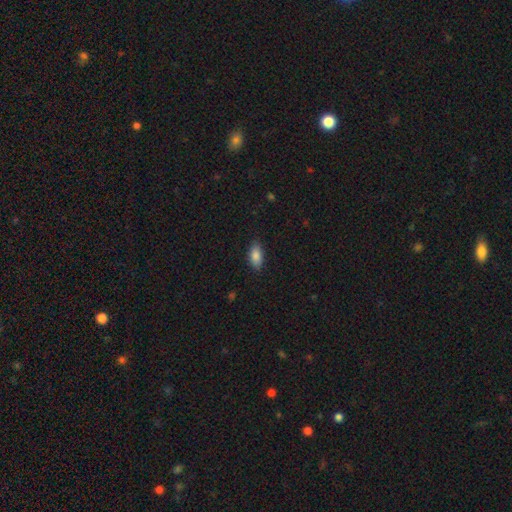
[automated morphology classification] Smooth or featured: smooth — 86% (star or artifact — 7%)
How rounded: in between — 91% (cigar-shaped — 6%)
Merging: none — 87% (minor disturbance — 10%)